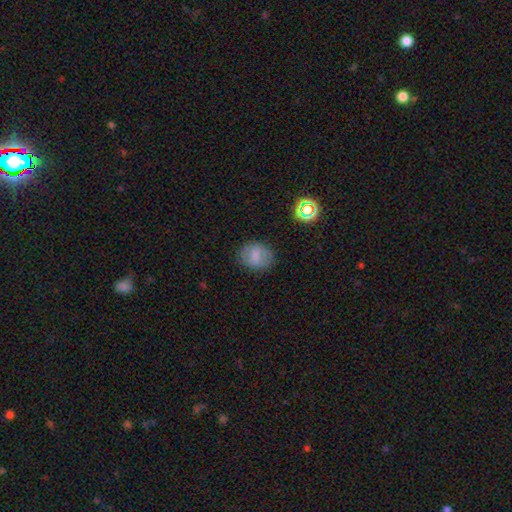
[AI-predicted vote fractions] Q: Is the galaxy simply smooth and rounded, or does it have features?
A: smooth — 70%.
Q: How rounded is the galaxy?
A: round — 51%.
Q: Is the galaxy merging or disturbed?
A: none — 79%.